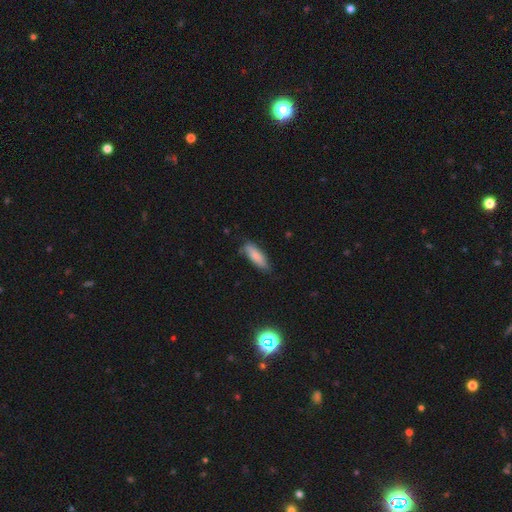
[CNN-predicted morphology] Q: Smooth or featured?
A: smooth (81%); runner-up: featured or disk (13%)
Q: How rounded?
A: in between (55%); runner-up: cigar-shaped (43%)
Q: Merging?
A: none (69%); runner-up: minor disturbance (25%)